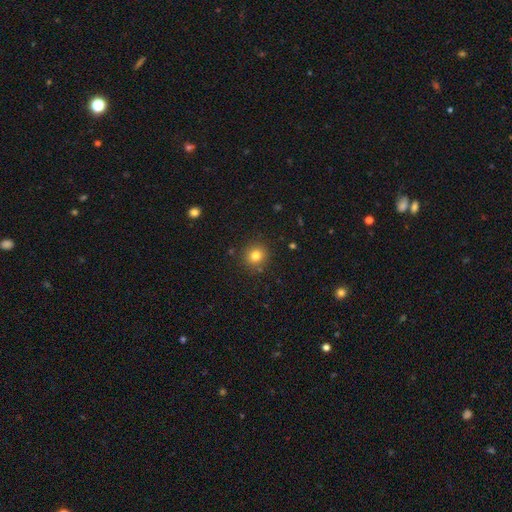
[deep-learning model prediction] Smooth or featured?
  - smooth: 79% *
  - star or artifact: 13%
  - featured or disk: 7%
How rounded?
  - round: 91% *
  - in between: 8%
  - cigar-shaped: 1%
Merging?
  - none: 88% *
  - minor disturbance: 8%
  - major disturbance: 2%
  - merger: 2%